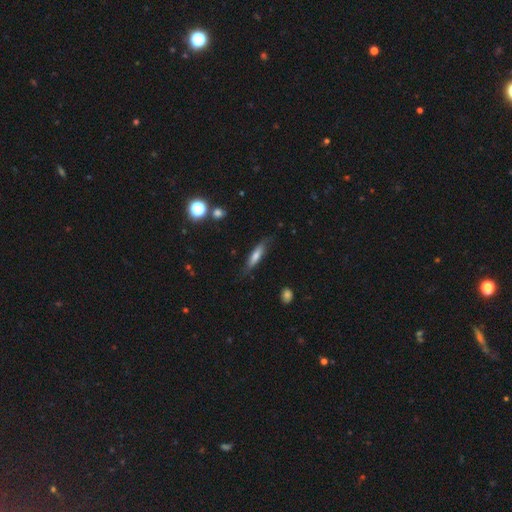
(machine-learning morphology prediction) smooth-or-featured: smooth: 56% | featured or disk: 36% | star or artifact: 8%
  how-rounded: cigar-shaped: 79% | in between: 19% | round: 2%
  merging: none: 77% | minor disturbance: 17% | major disturbance: 4% | merger: 2%